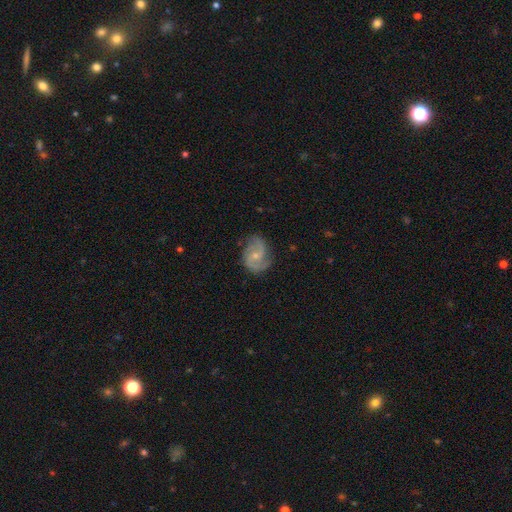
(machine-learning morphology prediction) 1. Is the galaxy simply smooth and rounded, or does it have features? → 82% featured or disk, 13% smooth, 5% star or artifact.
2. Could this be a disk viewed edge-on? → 98% no, 2% yes.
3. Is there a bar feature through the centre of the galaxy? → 60% no, 34% weak, 6% strong.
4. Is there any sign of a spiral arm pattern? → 96% yes, 4% no.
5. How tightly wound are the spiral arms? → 52% medium, 24% loose, 24% tight.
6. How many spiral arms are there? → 82% 2, 6% 3, 6% can't tell, 3% 1, 2% 4, 2% more than 4.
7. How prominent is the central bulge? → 64% small, 31% moderate, 4% none, 1% large, 1% dominant.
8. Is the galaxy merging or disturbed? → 72% none, 19% minor disturbance, 7% major disturbance, 1% merger.